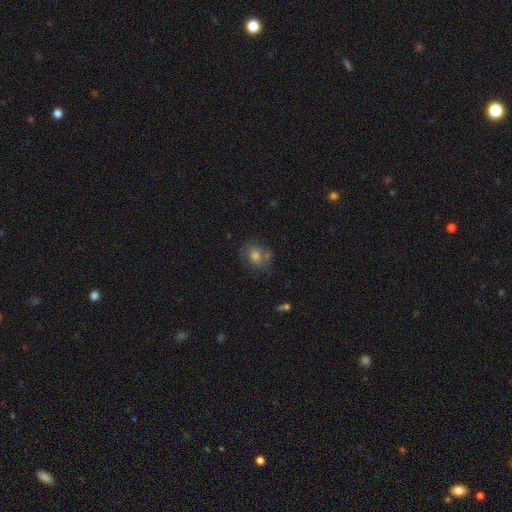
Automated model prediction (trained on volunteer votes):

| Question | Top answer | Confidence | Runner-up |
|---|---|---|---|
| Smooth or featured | smooth | 64% | featured or disk (21%) |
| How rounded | round | 60% | in between (38%) |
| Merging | none | 66% | minor disturbance (20%) |